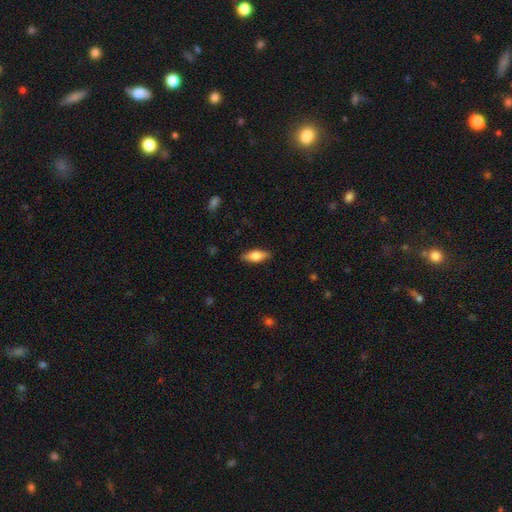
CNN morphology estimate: A smooth galaxy with no disk features (64%) that is in between round and cigar-shaped (71%).

Vote fractions:
- Smooth or featured? smooth: 64% / featured or disk: 30% / star or artifact: 6%
- How rounded? in between: 71% / cigar-shaped: 26% / round: 3%
- Merging? none: 87% / minor disturbance: 10% / major disturbance: 2% / merger: 1%